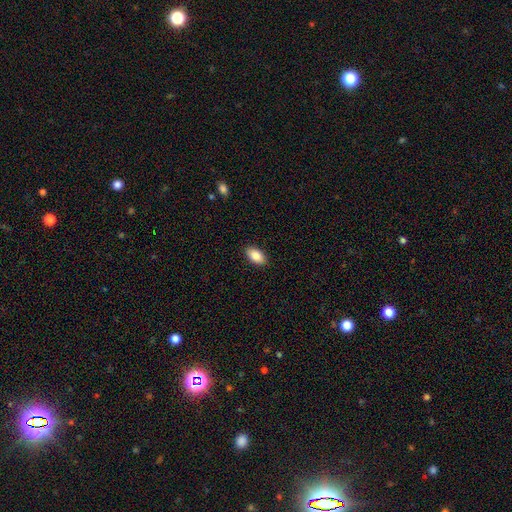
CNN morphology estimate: Overall: smooth (86%). How rounded: in between (94%). Merging: none (90%).